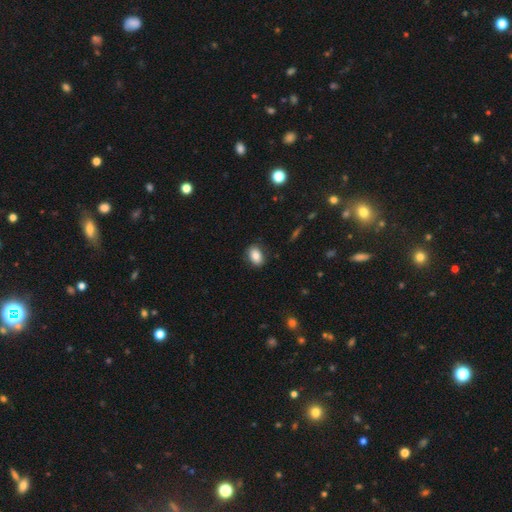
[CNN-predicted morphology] The model was most divided on "how rounded": in between: 84%, round: 14%, cigar-shaped: 2%. More confident: merging — none (86%); smooth or featured — smooth (84%).